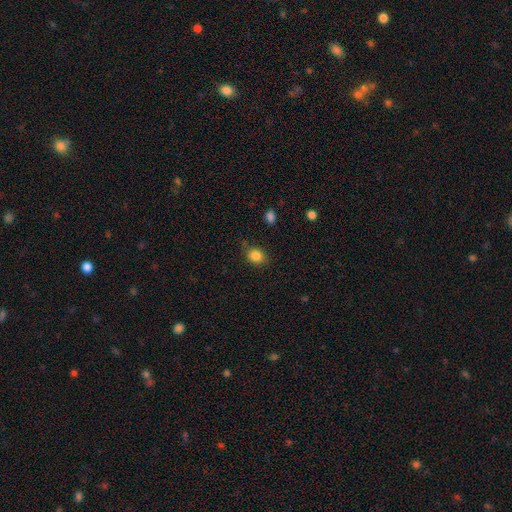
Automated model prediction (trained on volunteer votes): Smooth or featured? Predicted: smooth (p=0.85). How rounded? Predicted: round (p=0.56). Merging? Predicted: none (p=0.79).